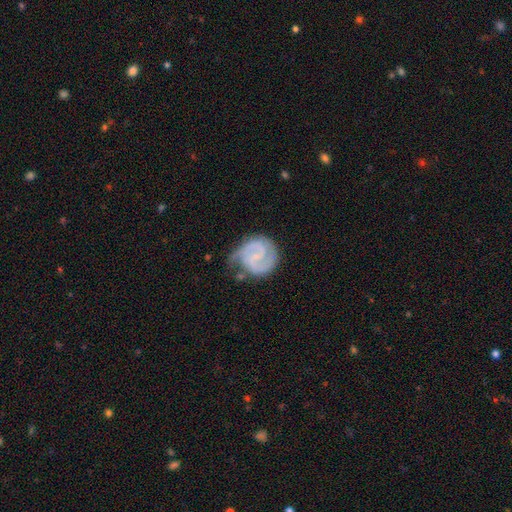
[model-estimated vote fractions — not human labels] smooth-or-featured: featured or disk: 82% | smooth: 13% | star or artifact: 5%
  disk-edge-on: no: 98% | yes: 2%
    bar: weak: 45% | no: 44% | strong: 12%
    has-spiral-arms: yes: 96% | no: 4%
      spiral-winding: tight: 47% | medium: 42% | loose: 11%
      spiral-arm-count: 2: 77% | 3: 8% | can't tell: 7% | 1: 4% | 4: 2% | more than 4: 2%
    bulge-size: small: 48% | none: 41% | moderate: 9% | large: 1% | dominant: 1%
  merging: none: 55% | minor disturbance: 27% | major disturbance: 14% | merger: 4%